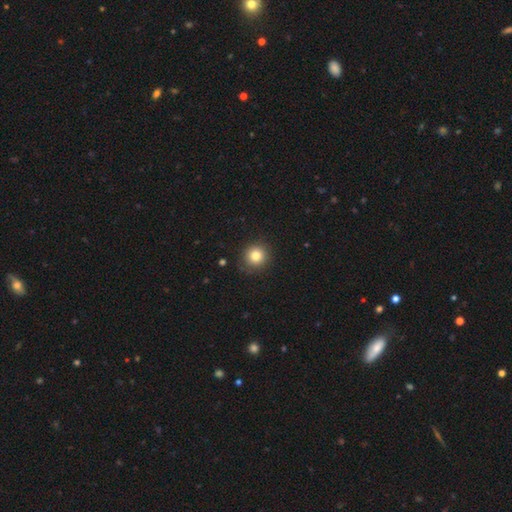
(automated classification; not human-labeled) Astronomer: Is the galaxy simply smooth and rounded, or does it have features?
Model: smooth — 82%.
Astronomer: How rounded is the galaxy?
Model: round — 93%.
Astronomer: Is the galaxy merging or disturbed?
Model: none — 88%.